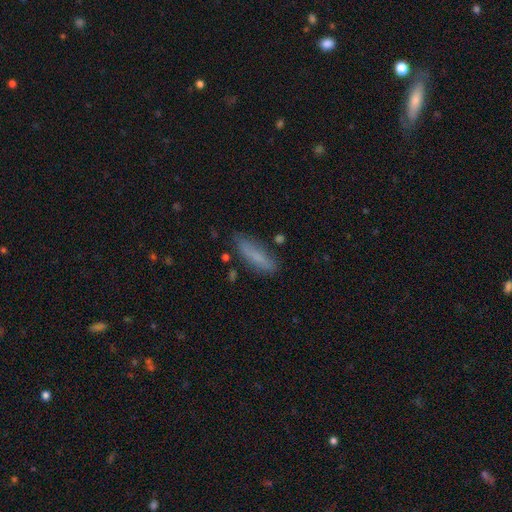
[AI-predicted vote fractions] Smooth or featured? Predicted: smooth (p=0.76). How rounded? Predicted: cigar-shaped (p=0.66). Merging? Predicted: none (p=0.78).